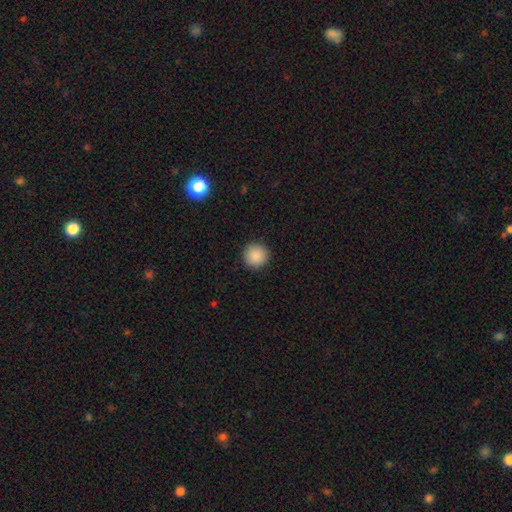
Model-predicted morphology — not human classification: smooth_or_featured: smooth (p=0.89) [alt: star or artifact p=0.08]
how_rounded: round (p=0.96) [alt: in between p=0.03]
merging: none (p=0.92) [alt: minor disturbance p=0.05]